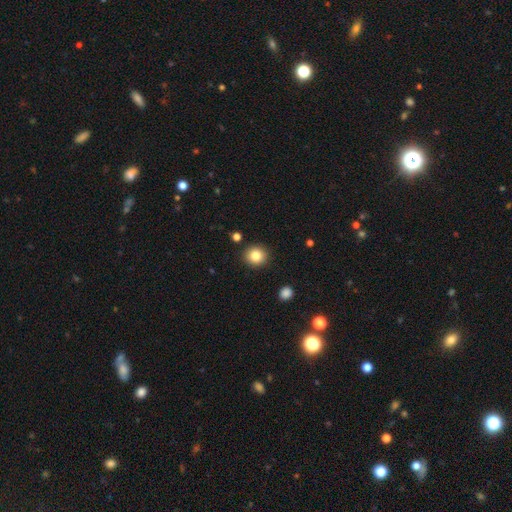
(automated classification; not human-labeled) A smooth galaxy with no disk features (85%) that is round (88%). Merging: none (90%).